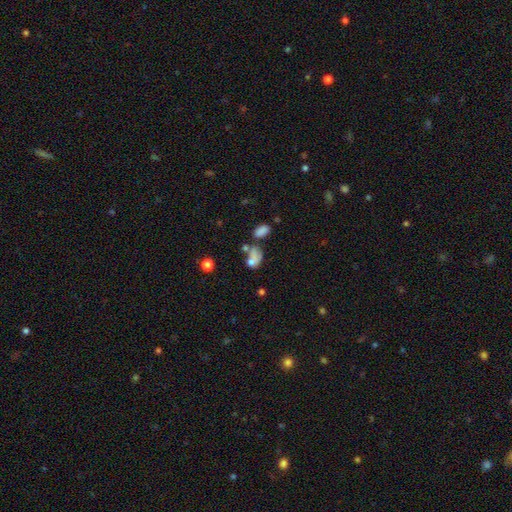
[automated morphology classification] Smooth or featured? smooth (65%)
How rounded? in between (78%)
Merging? merger (38%)